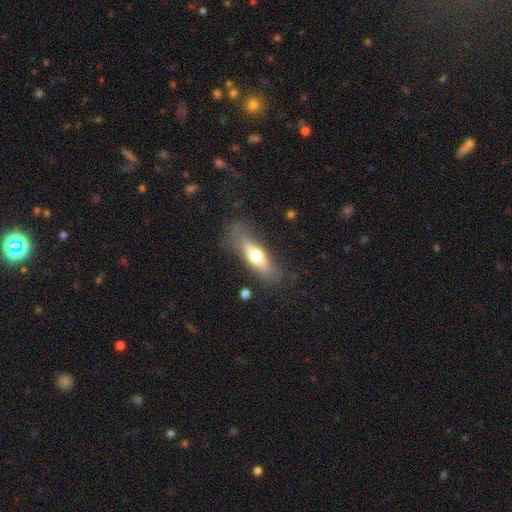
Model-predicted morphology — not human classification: Smooth or featured? Predicted: smooth (p=0.58). How rounded? Predicted: cigar-shaped (p=0.50). Merging? Predicted: none (p=0.70).